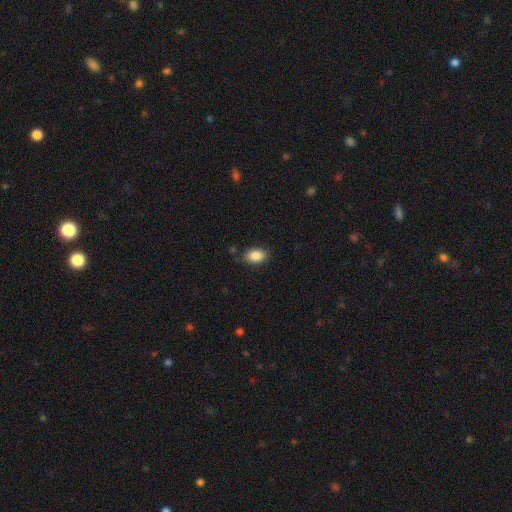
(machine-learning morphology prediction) Smooth or featured? smooth (87%)
How rounded? in between (86%)
Merging? none (82%)